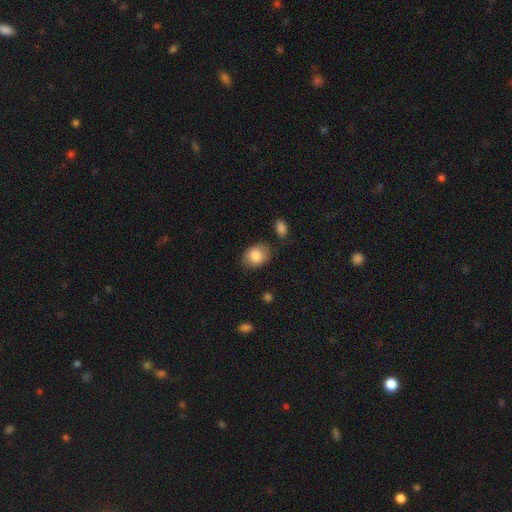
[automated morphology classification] smooth 85%, featured or disk 8%, star or artifact 7%. Down the decision tree: how rounded — in between (71%); merging — none (76%).